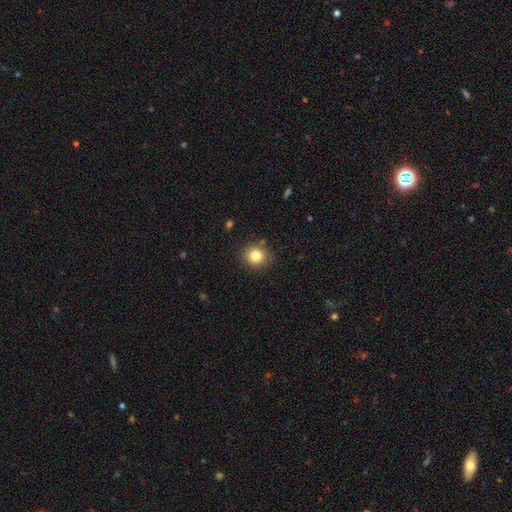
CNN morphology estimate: The model was most divided on "how rounded": round: 83%, in between: 17%, cigar-shaped: 1%. More confident: merging — none (86%); smooth or featured — smooth (82%).